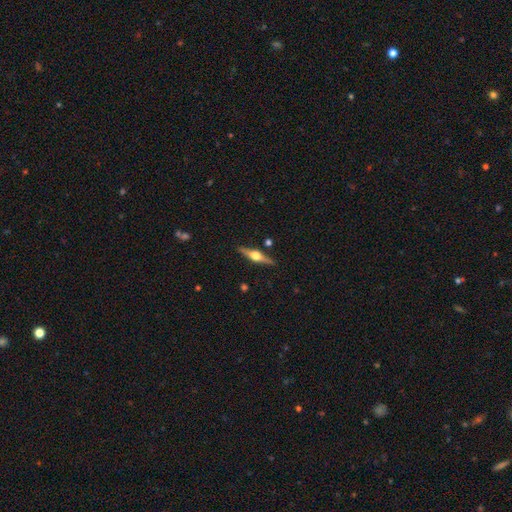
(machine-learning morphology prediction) This is likely a featured or disk galaxy (77%). It is clearly viewed edge-on (98%). Edge-on bulge: clearly rounded (95%). Merging: clearly none (89%).